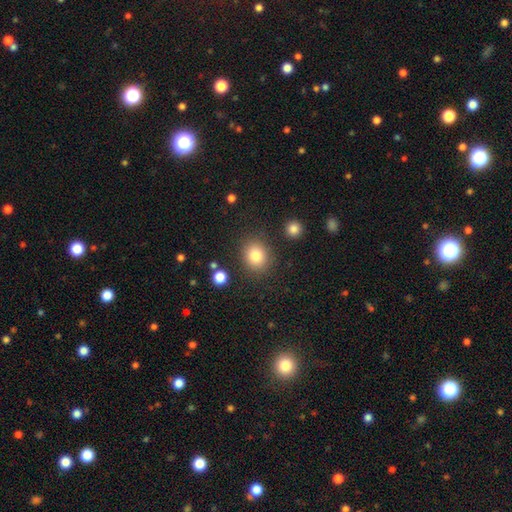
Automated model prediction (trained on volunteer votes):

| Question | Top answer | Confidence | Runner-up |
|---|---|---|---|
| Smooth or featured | smooth | 82% | star or artifact (11%) |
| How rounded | round | 71% | in between (28%) |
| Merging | none | 84% | minor disturbance (9%) |